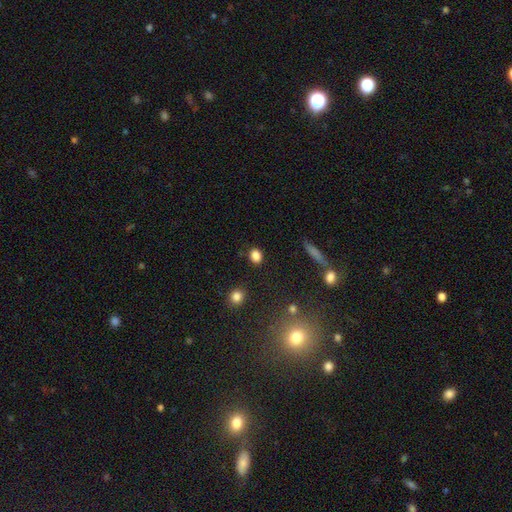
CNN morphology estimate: Smooth or featured? smooth (84%)
How rounded? round (57%)
Merging? none (84%)